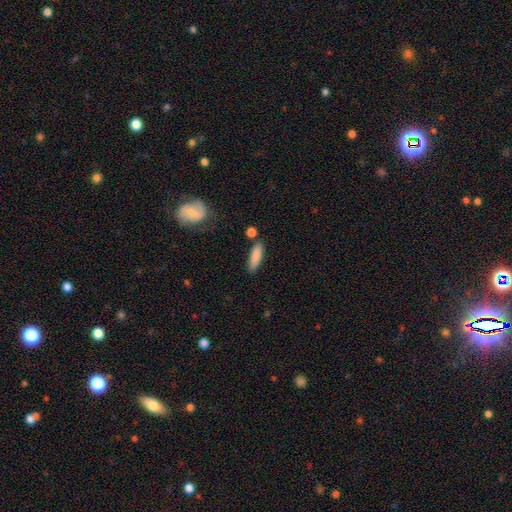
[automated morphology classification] A smooth galaxy with no disk features (85%) that is cigar-shaped (52%). Merging: none (75%).